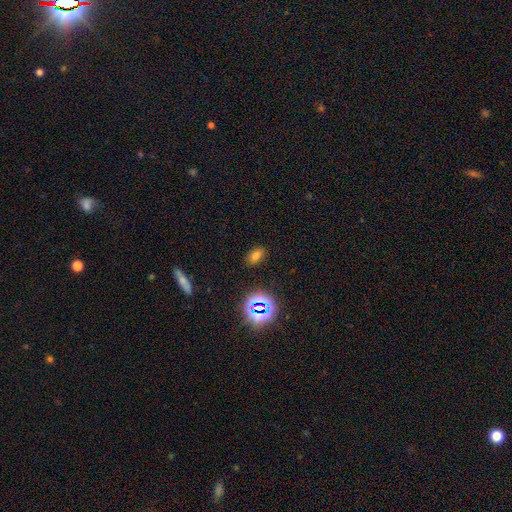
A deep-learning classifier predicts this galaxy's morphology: Smooth or featured: smooth — 66% (star or artifact — 26%)
How rounded: in between — 84% (round — 12%)
Merging: none — 84% (minor disturbance — 11%)